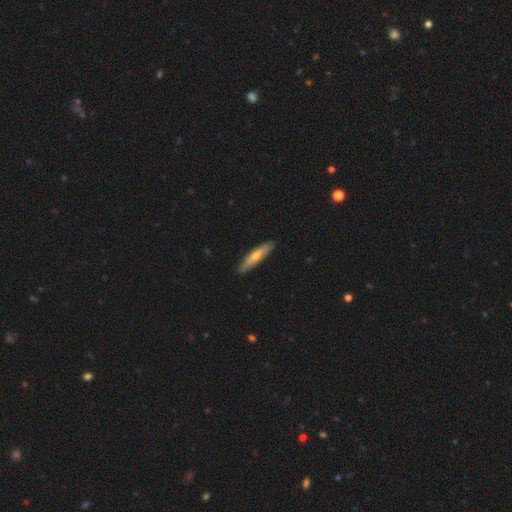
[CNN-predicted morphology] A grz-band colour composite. It shows a smooth galaxy with no disk features (58%) that is cigar-shaped (85%). Merging: none (89%).